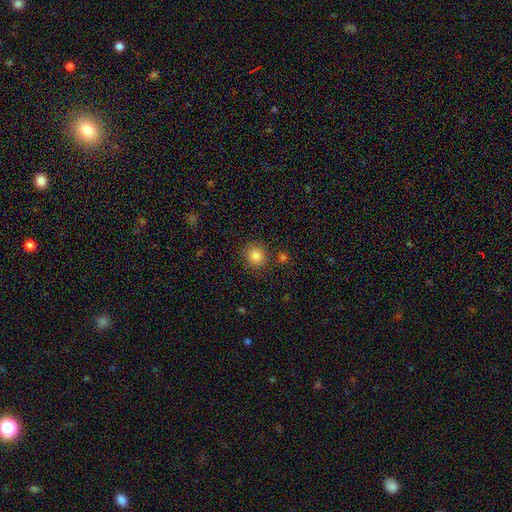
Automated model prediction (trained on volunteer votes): smooth 83%, star or artifact 11%, featured or disk 6%. Down the decision tree: how rounded — round (88%); merging — none (86%).